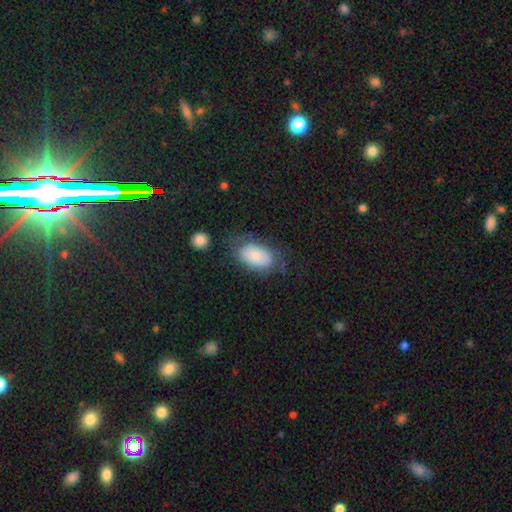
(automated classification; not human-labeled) Morphology: type=smooth (75%); roundness=in between (92%); merging=none (54%).